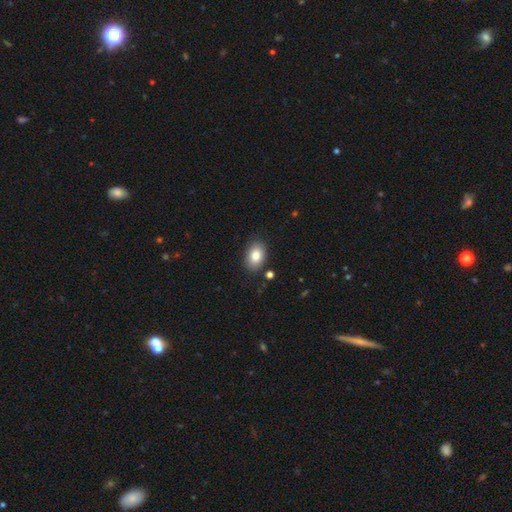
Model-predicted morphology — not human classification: Smooth or featured: smooth — 84% (featured or disk — 8%)
How rounded: in between — 85% (round — 14%)
Merging: none — 85% (minor disturbance — 10%)